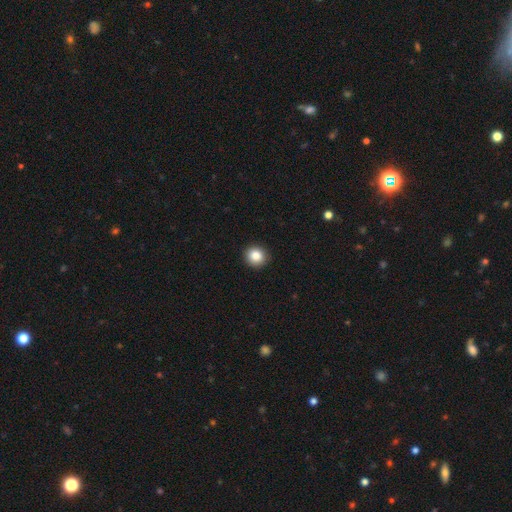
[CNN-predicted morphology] smooth_or_featured: smooth (p=0.86) [alt: star or artifact p=0.10]
how_rounded: round (p=0.90) [alt: in between p=0.09]
merging: none (p=0.91) [alt: minor disturbance p=0.06]